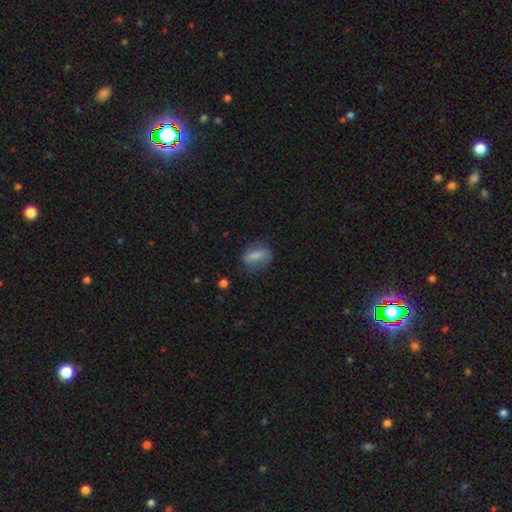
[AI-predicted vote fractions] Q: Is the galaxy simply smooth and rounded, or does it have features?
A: smooth — 68%.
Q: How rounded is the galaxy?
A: in between — 75%.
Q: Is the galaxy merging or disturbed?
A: none — 66%.